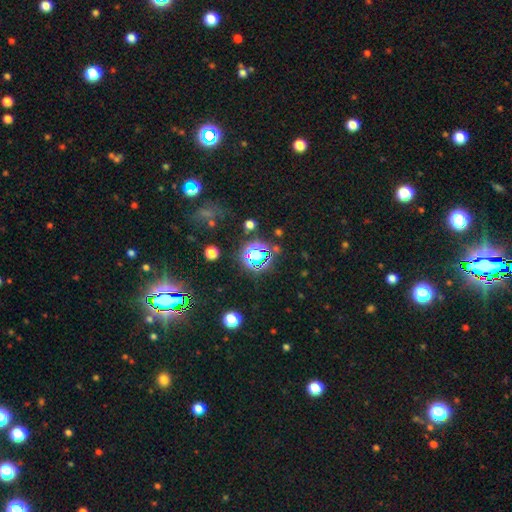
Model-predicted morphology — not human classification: This appears to be a star or artifact, not a galaxy (63%).